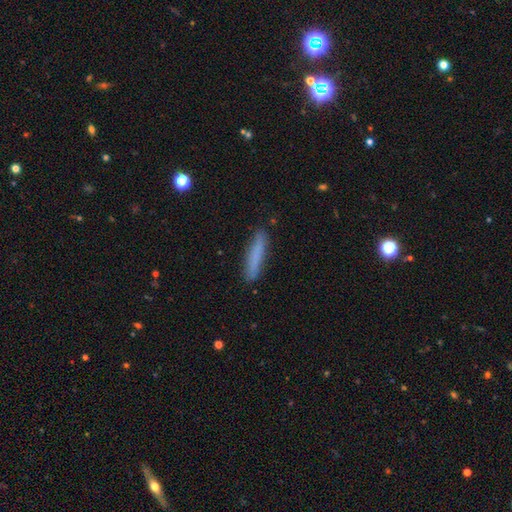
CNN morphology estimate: smooth 78%, featured or disk 15%, star or artifact 7%. Down the decision tree: how rounded — cigar-shaped (91%); merging — none (87%).